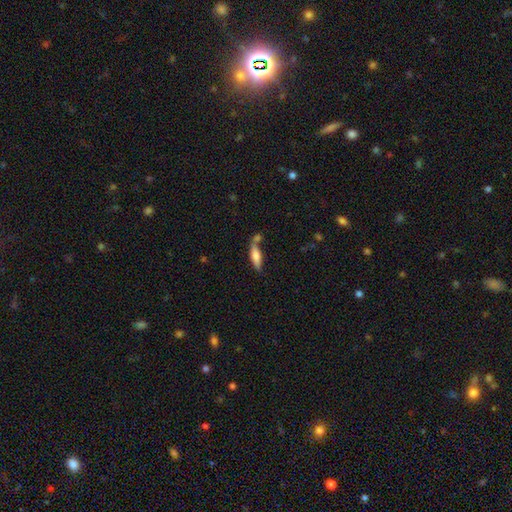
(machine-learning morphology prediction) Smooth or featured: smooth — 64% (featured or disk — 29%)
How rounded: cigar-shaped — 60% (in between — 38%)
Merging: none — 57% (merger — 21%)